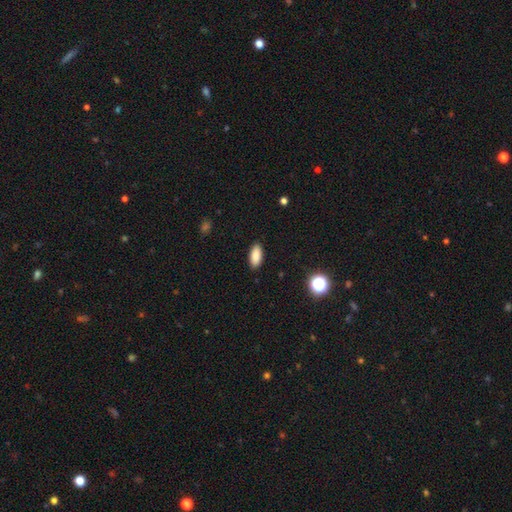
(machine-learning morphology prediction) A smooth galaxy with no disk features (88%) that is in between round and cigar-shaped (87%). Merging: none (89%).